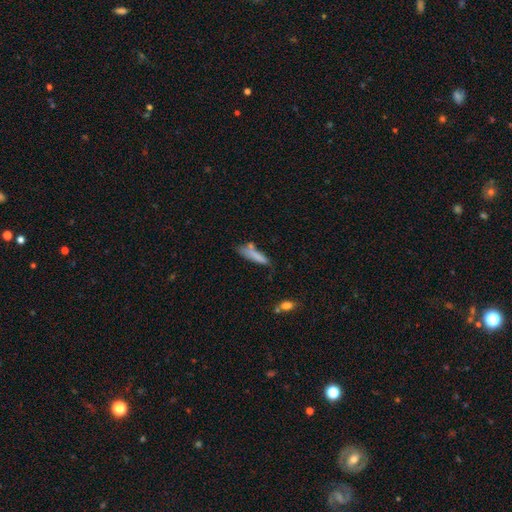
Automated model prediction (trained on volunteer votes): This is likely a smooth galaxy (75%). How rounded: likely cigar-shaped (75%). Merging: possibly none (45%).